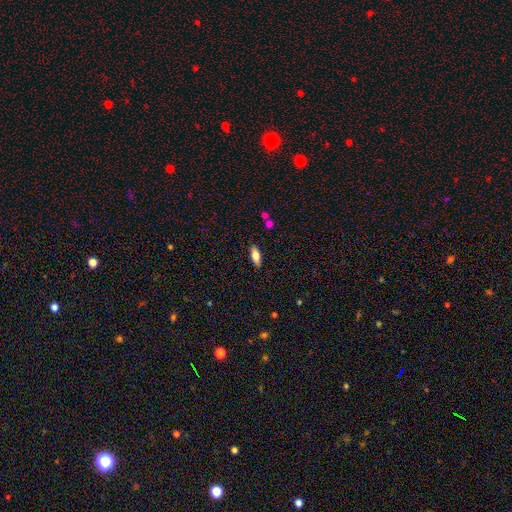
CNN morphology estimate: A smooth galaxy with no disk features (73%) that is in between round and cigar-shaped (76%). Merging: none (87%).